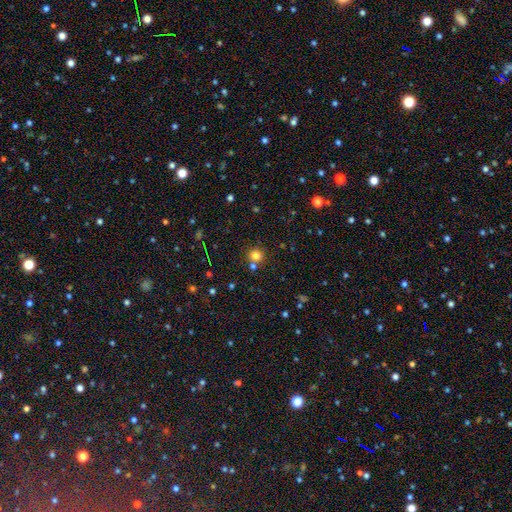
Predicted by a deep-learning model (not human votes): The model was most divided on "merging": none: 72%, merger: 18%, minor disturbance: 8%, major disturbance: 3%. More confident: how rounded — round (92%); smooth or featured — smooth (78%).